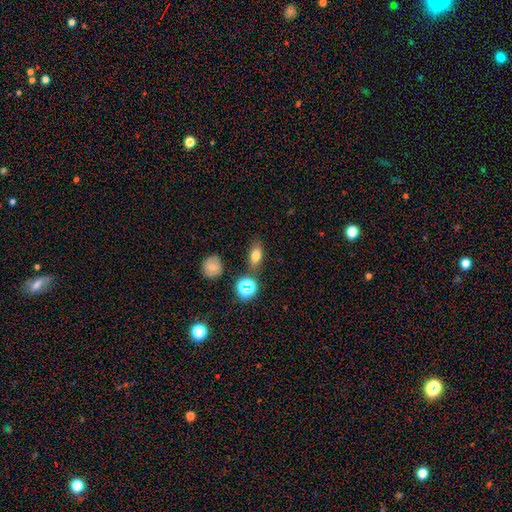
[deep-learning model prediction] Q: Smooth or featured?
A: smooth (74%); runner-up: star or artifact (15%)
Q: How rounded?
A: in between (75%); runner-up: round (19%)
Q: Merging?
A: none (77%); runner-up: minor disturbance (12%)